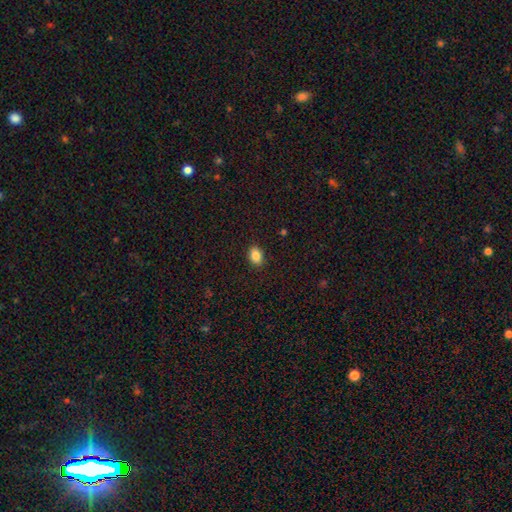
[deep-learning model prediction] Q: Smooth or featured?
A: smooth (86%); runner-up: star or artifact (9%)
Q: How rounded?
A: in between (76%); runner-up: round (23%)
Q: Merging?
A: none (89%); runner-up: minor disturbance (8%)